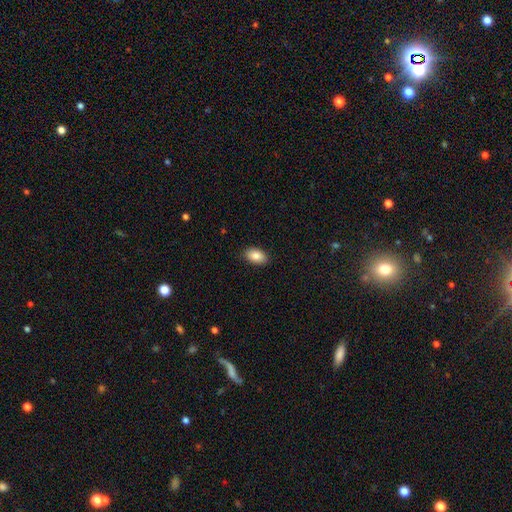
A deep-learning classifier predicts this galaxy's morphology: smooth 87%, star or artifact 7%, featured or disk 6%. Down the decision tree: how rounded — in between (93%); merging — none (89%).